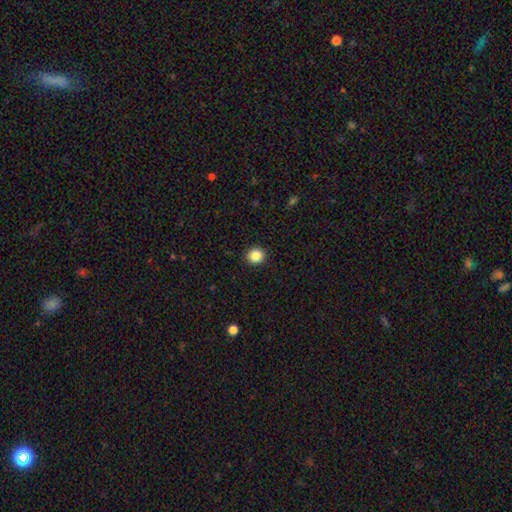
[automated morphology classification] Q: Smooth or featured?
A: smooth (85%); runner-up: star or artifact (11%)
Q: How rounded?
A: round (92%); runner-up: in between (7%)
Q: Merging?
A: none (93%); runner-up: minor disturbance (5%)